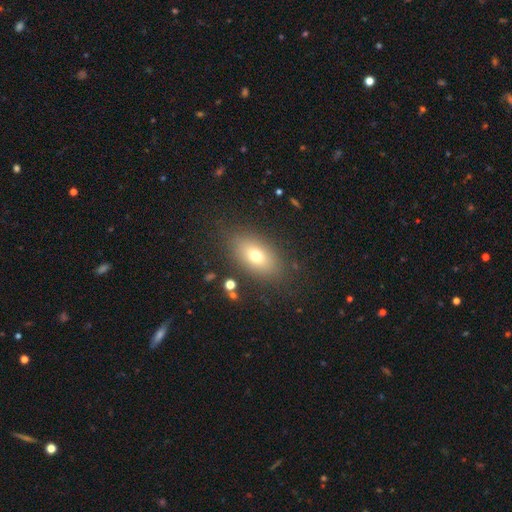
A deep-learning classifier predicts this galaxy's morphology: type=smooth (72%); roundness=in between (86%); merging=none (84%).